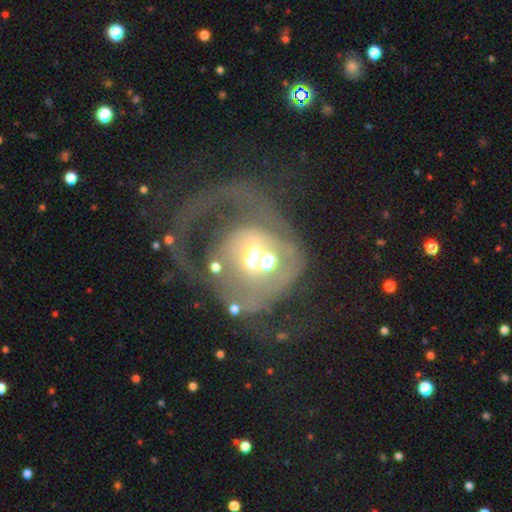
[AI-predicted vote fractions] Smooth or featured? Predicted: featured or disk (p=0.64). Edge-on disk? Predicted: no (p=0.96). Bar? Predicted: no (p=0.71). Spiral arms? Predicted: no (p=0.51). Bulge size? Predicted: moderate (p=0.54). Merging? Predicted: major disturbance (p=0.44).